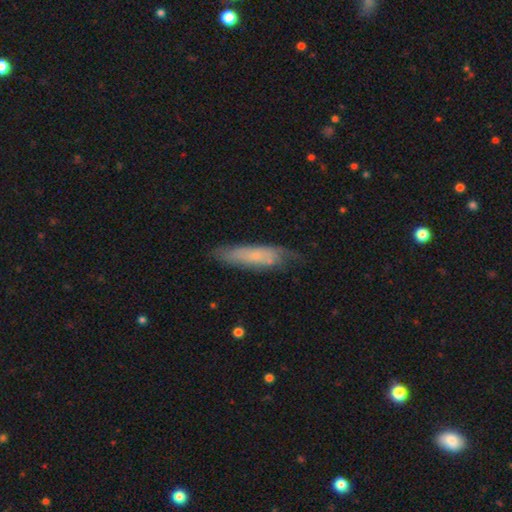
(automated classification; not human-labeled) Morphology: type=smooth (56%); roundness=cigar-shaped (70%); merging=none (65%).